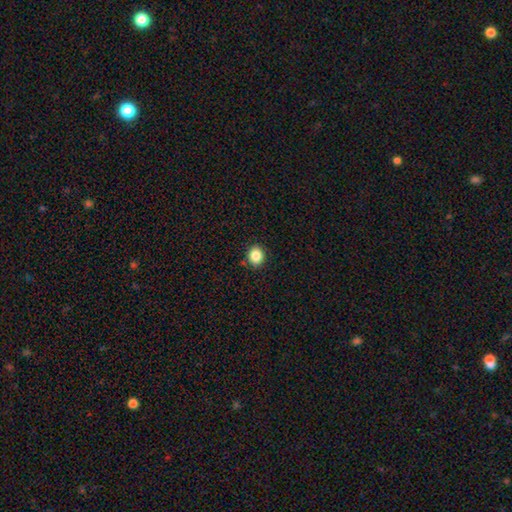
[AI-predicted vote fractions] This is clearly a smooth galaxy (85%). How rounded: likely round (69%). Merging: clearly none (86%).